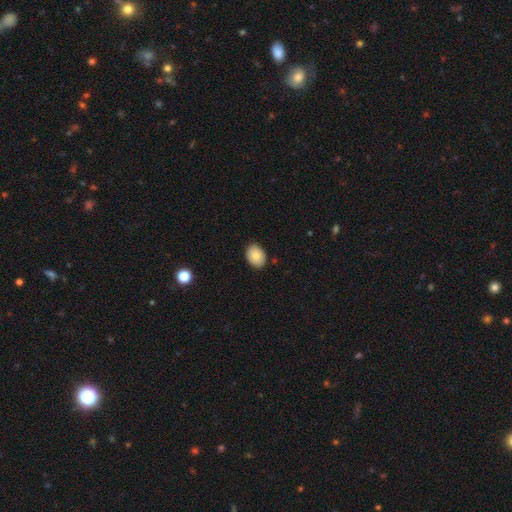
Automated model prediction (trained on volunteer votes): Q: Smooth or featured?
A: smooth (83%); runner-up: featured or disk (9%)
Q: How rounded?
A: in between (72%); runner-up: round (27%)
Q: Merging?
A: none (87%); runner-up: minor disturbance (10%)